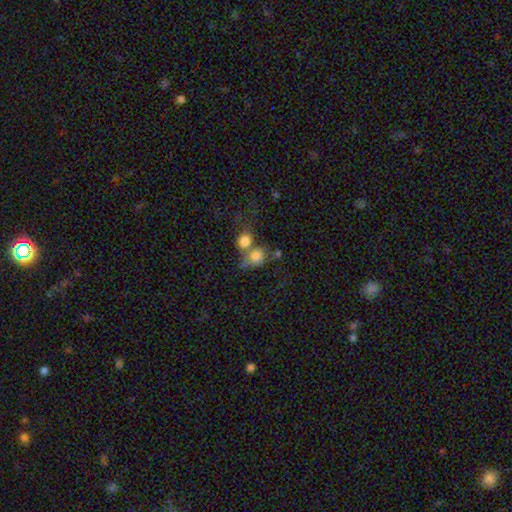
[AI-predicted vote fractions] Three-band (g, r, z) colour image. It shows a smooth galaxy with no disk features (77%) that is round (68%). Merging: merger (55%).